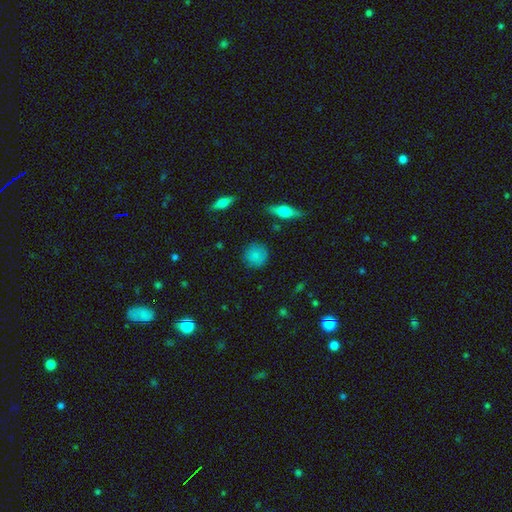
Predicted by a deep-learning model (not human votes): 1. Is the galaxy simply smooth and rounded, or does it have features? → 83% smooth, 9% star or artifact, 8% featured or disk.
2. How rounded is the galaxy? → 90% round, 8% in between, 1% cigar-shaped.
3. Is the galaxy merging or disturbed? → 86% none, 10% minor disturbance, 3% major disturbance, 1% merger.